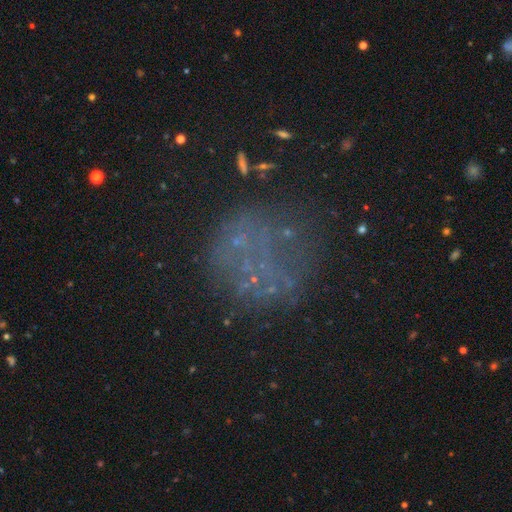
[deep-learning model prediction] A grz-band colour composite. It shows a star or artifact, not a galaxy (37%).